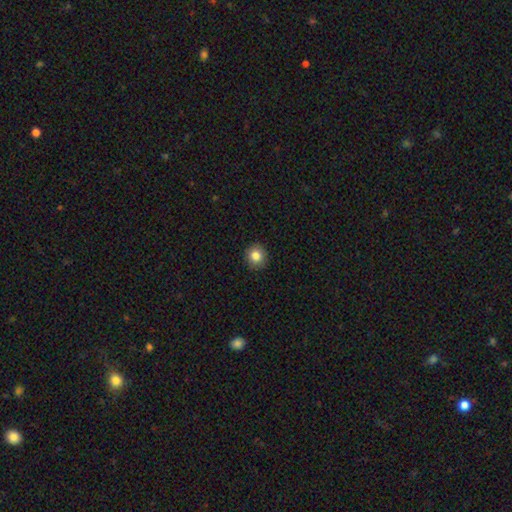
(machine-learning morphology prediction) This is clearly a smooth galaxy (83%). How rounded: clearly round (90%). Merging: clearly none (91%).